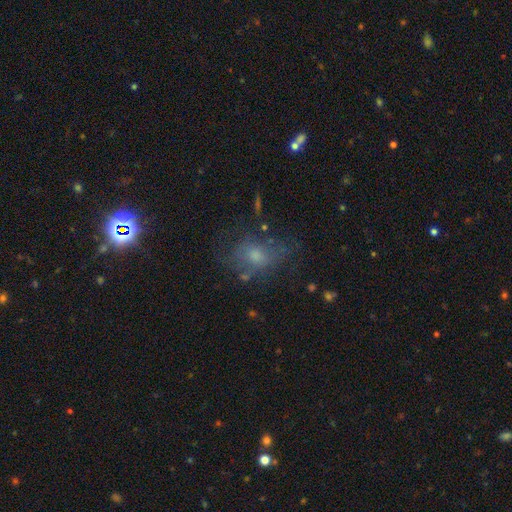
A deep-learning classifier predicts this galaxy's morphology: A smooth galaxy with no disk features (52%) that is in between round and cigar-shaped (63%).

Vote fractions:
- Smooth or featured? smooth: 52% / featured or disk: 32% / star or artifact: 16%
- How rounded? in between: 63% / round: 35% / cigar-shaped: 2%
- Merging? none: 48% / minor disturbance: 24% / major disturbance: 23% / merger: 5%